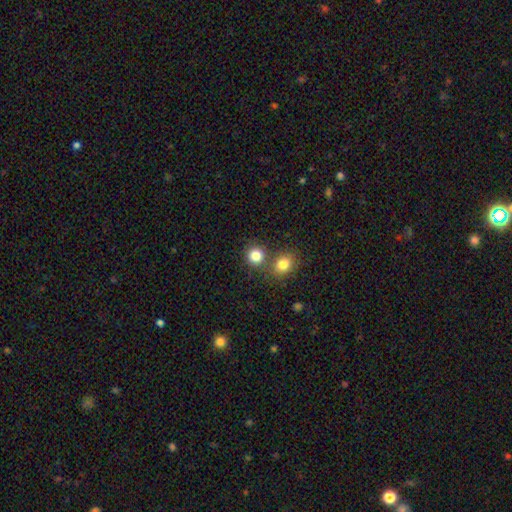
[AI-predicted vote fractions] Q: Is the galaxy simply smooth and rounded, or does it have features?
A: smooth — 82%.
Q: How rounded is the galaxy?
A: round — 86%.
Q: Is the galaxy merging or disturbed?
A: none — 65%.